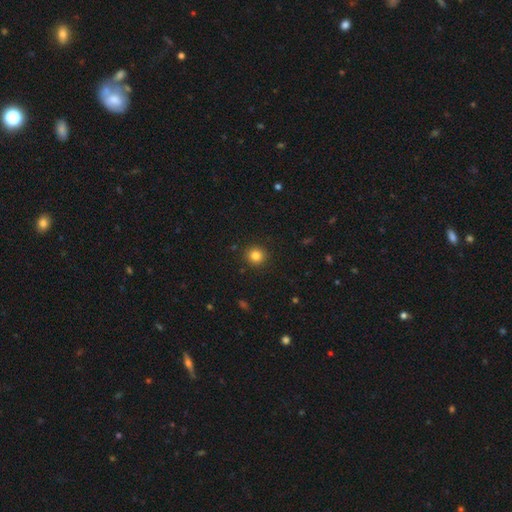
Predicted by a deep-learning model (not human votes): smooth_or_featured: smooth (p=0.83) [alt: star or artifact p=0.12]
how_rounded: round (p=0.94) [alt: in between p=0.06]
merging: none (p=0.92) [alt: minor disturbance p=0.05]